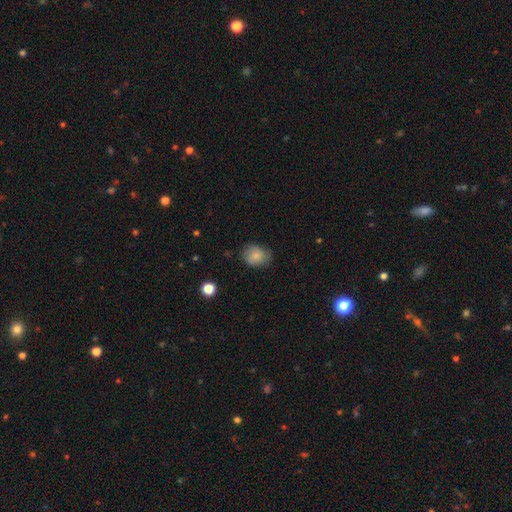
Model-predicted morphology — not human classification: This appears to be a smooth galaxy with no disk features (80%) that is round (52%). Merging: none (69%).